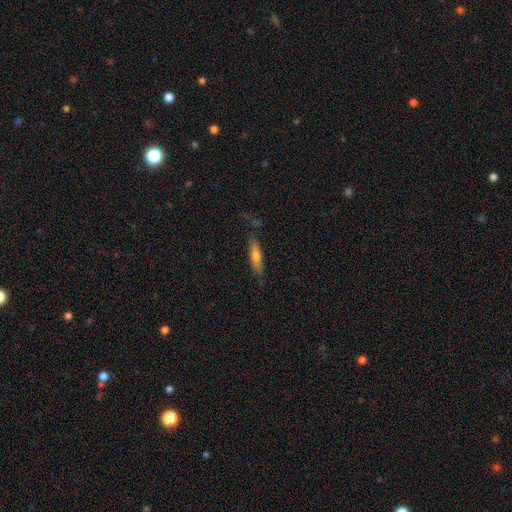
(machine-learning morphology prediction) This is possibly a smooth galaxy (49%). Merging: likely none (74%).